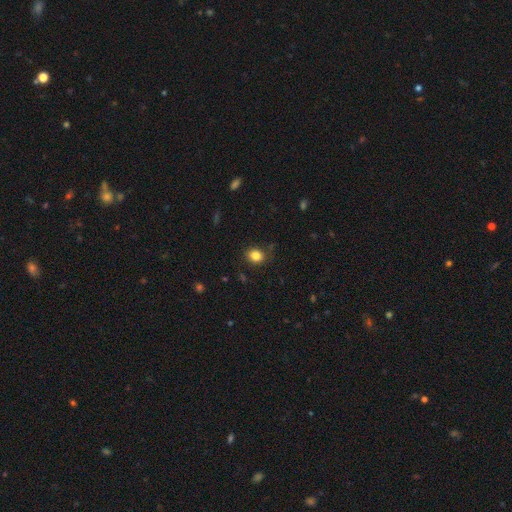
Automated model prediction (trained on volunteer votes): Smooth or featured: smooth — 84% (star or artifact — 11%)
How rounded: round — 56% (in between — 43%)
Merging: none — 83% (minor disturbance — 12%)